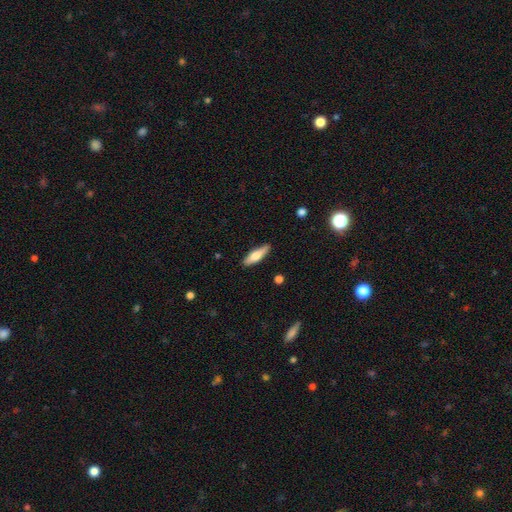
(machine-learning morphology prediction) Smooth or featured: smooth — 64% (featured or disk — 30%)
How rounded: cigar-shaped — 58% (in between — 40%)
Merging: none — 86% (minor disturbance — 11%)